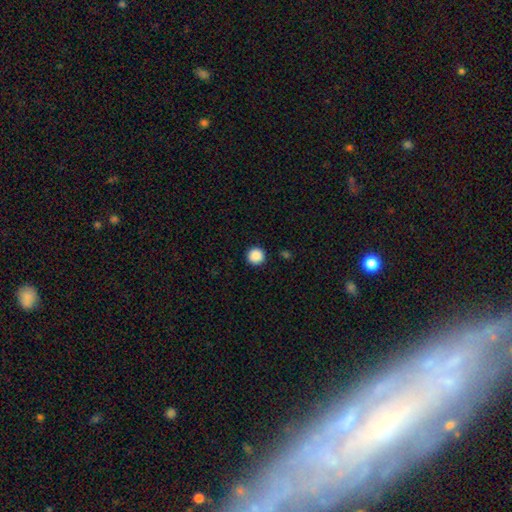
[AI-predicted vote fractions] Smooth or featured? smooth (89%)
How rounded? round (96%)
Merging? none (93%)